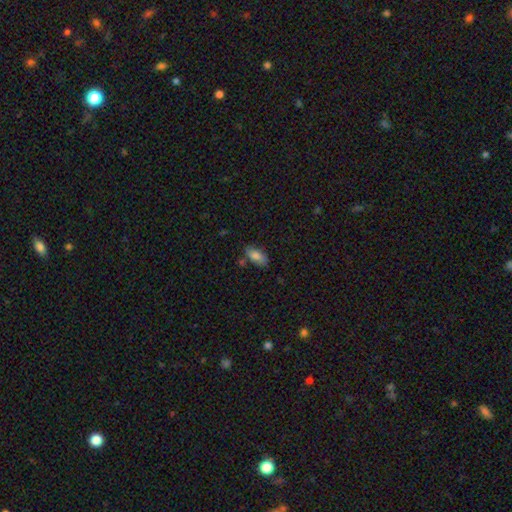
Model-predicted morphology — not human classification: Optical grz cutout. It shows a smooth galaxy with no disk features (82%) that is in between round and cigar-shaped (89%). Merging: none (71%).